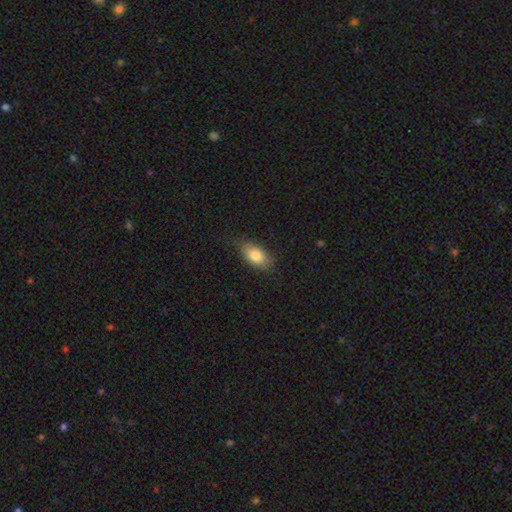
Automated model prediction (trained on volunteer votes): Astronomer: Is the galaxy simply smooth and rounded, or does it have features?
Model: smooth — 81%.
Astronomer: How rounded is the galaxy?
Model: in between — 88%.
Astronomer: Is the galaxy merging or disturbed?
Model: none — 77%.